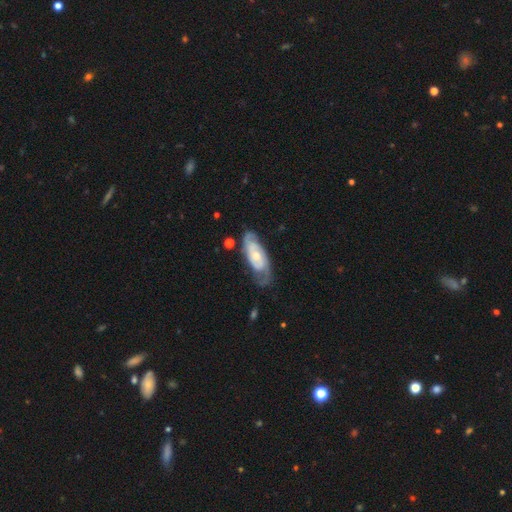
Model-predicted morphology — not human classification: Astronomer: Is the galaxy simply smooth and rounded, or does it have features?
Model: featured or disk — 78%.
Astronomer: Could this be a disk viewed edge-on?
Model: no — 92%.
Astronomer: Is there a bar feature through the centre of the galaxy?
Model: no — 63%.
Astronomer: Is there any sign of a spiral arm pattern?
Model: yes — 93%.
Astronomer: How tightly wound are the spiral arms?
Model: tight — 54% (runner-up: medium, 35%).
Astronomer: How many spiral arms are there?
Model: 2 — 61%.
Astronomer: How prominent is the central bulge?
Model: small — 47% (runner-up: moderate, 45%).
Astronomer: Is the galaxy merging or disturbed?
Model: none — 61%.